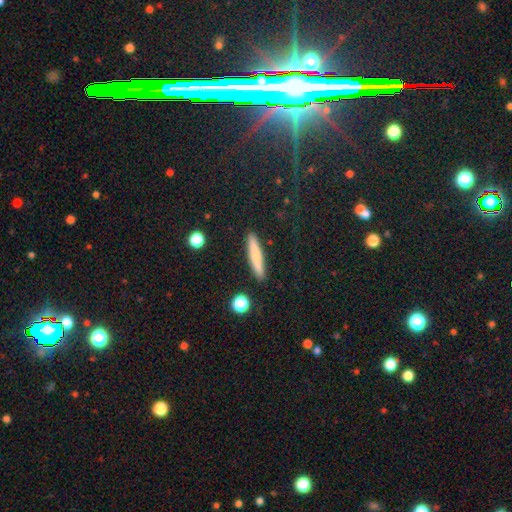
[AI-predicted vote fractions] Smooth or featured?
  - smooth: 72% *
  - featured or disk: 21%
  - star or artifact: 7%
How rounded?
  - cigar-shaped: 92% *
  - in between: 6%
  - round: 2%
Merging?
  - none: 90% *
  - minor disturbance: 7%
  - merger: 2%
  - major disturbance: 2%